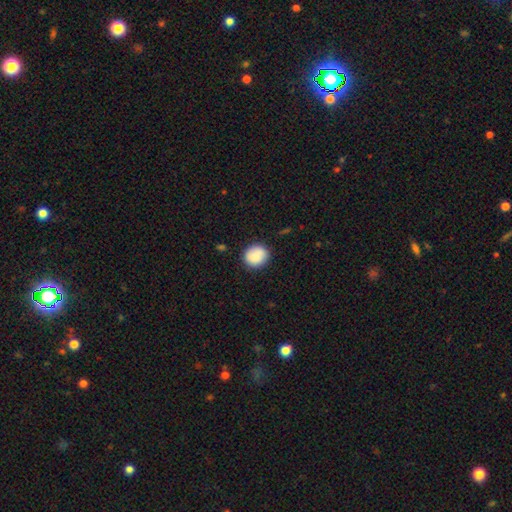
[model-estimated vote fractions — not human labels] This appears to be a smooth galaxy with no disk features (87%) that is round (79%). Merging: none (85%).